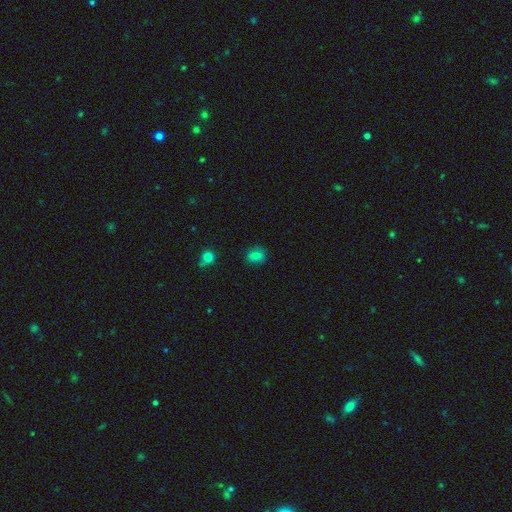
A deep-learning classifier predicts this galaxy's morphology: Smooth or featured?
  - smooth: 81% *
  - star or artifact: 12%
  - featured or disk: 6%
How rounded?
  - round: 53% *
  - in between: 46%
  - cigar-shaped: 1%
Merging?
  - none: 84% *
  - minor disturbance: 12%
  - major disturbance: 3%
  - merger: 2%